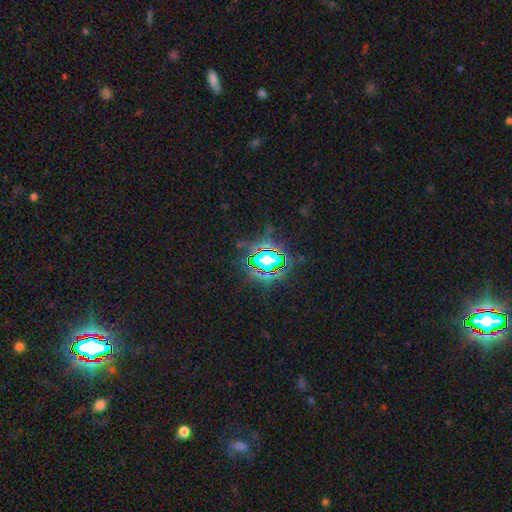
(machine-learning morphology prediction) A star or artifact, not a galaxy (82%).